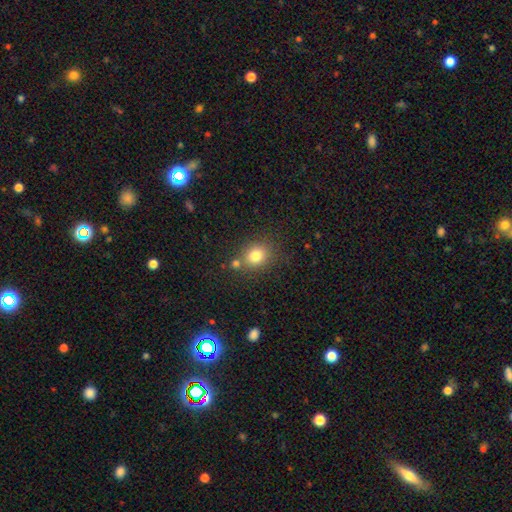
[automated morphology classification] smooth-or-featured: smooth: 80% | star or artifact: 12% | featured or disk: 8%
  how-rounded: round: 65% | in between: 34% | cigar-shaped: 1%
  merging: none: 69% | merger: 15% | minor disturbance: 12% | major disturbance: 4%